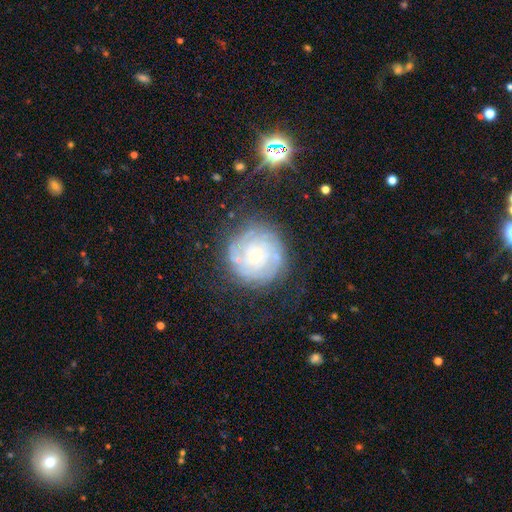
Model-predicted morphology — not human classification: Smooth or featured? featured or disk (76%)
Edge-on disk? no (97%)
Bar? no (81%)
Spiral arms? yes (87%)
Spiral winding? tight (81%)
Spiral arm count? can't tell (47%)
Bulge size? small (59%)
Merging? none (76%)